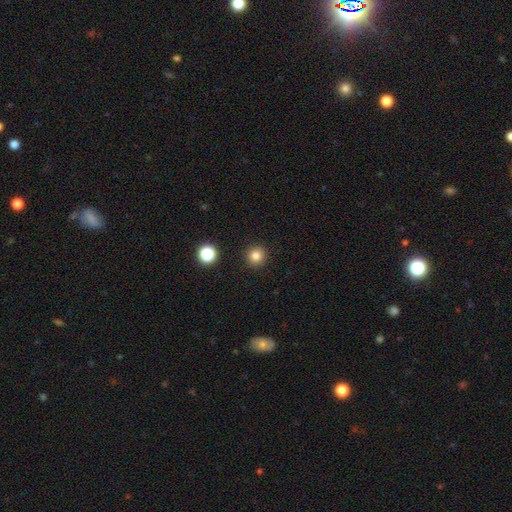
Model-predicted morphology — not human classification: A smooth galaxy with no disk features (82%) that is round (95%). Merging: none (92%).